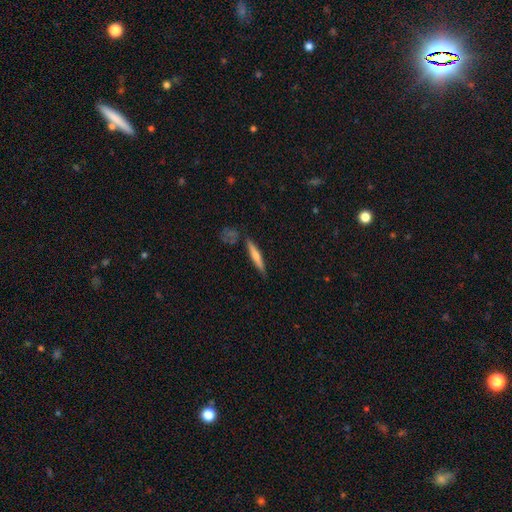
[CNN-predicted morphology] Overall: smooth (55%; featured or disk 39%). How rounded: cigar-shaped (91%). Merging: none (82%).